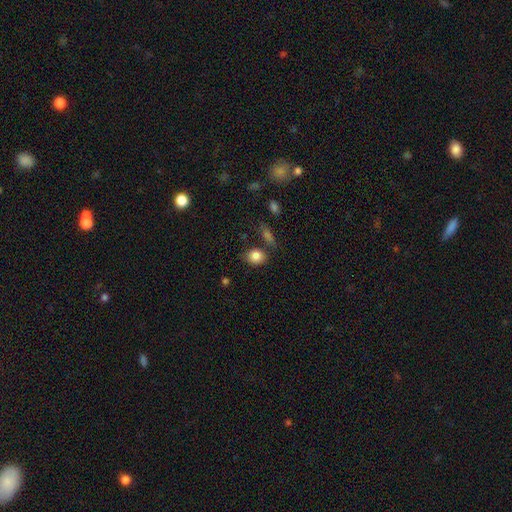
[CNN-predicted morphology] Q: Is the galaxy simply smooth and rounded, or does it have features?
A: smooth — 84%.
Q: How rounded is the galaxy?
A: in between — 52%.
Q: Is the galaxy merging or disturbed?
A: none — 76%.